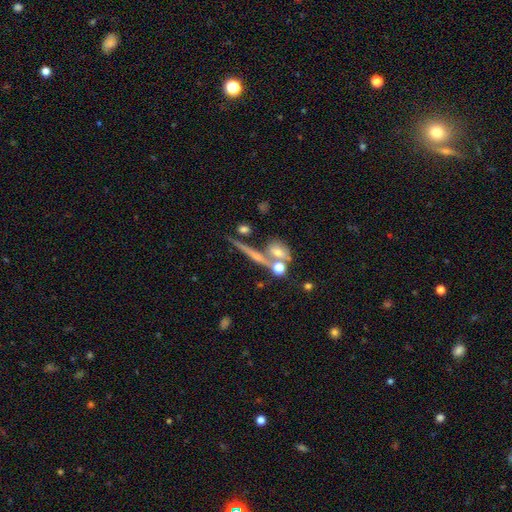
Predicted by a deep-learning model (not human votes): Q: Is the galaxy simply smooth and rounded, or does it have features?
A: featured or disk — 56%.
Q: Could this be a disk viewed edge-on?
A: yes — 84%.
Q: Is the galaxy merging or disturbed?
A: none — 58%.